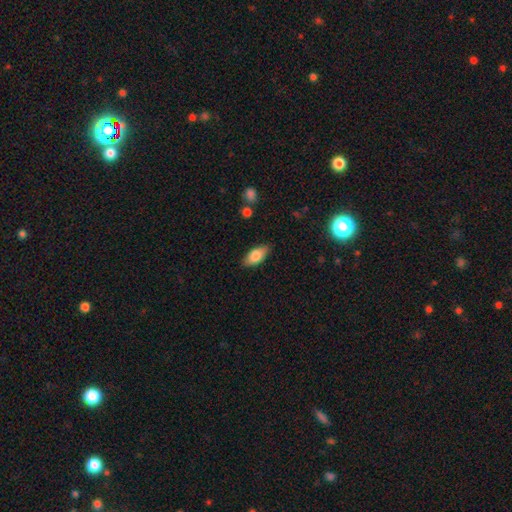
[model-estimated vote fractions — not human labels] Overall: smooth (80%). How rounded: in between (87%). Merging: none (84%).